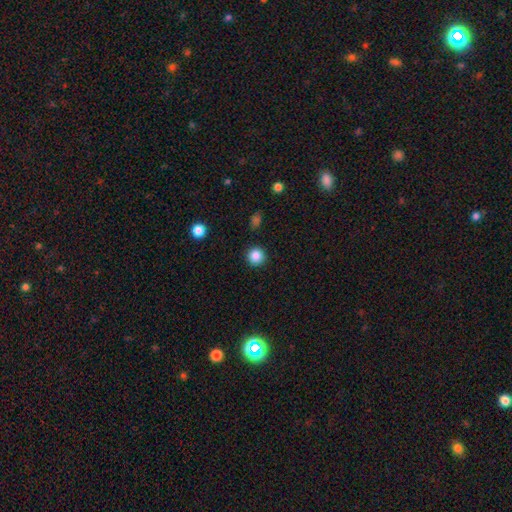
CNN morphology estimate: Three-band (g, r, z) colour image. It shows a smooth galaxy with no disk features (86%) that is round (95%). Merging: none (92%).